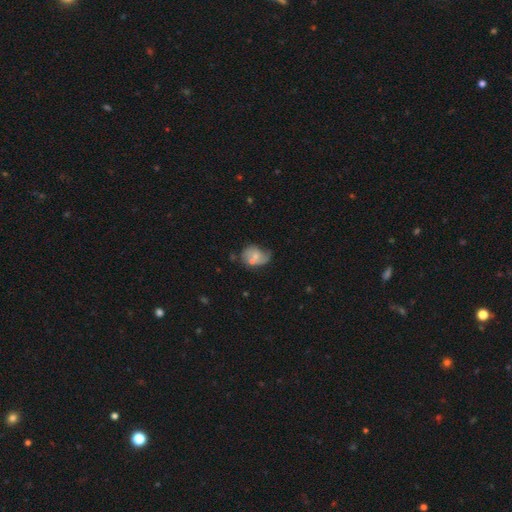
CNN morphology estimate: Smooth or featured? Predicted: smooth (p=0.47). Merging? Predicted: none (p=0.37).